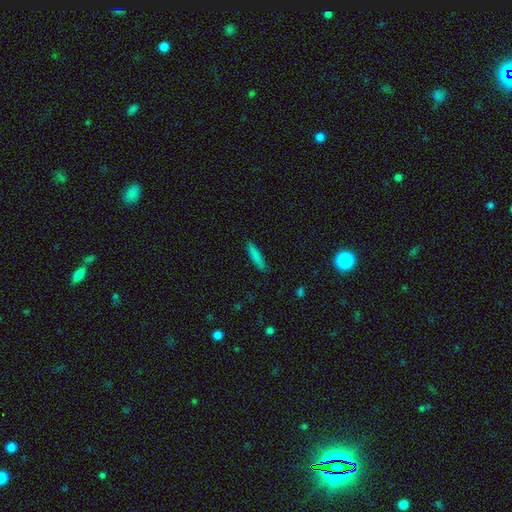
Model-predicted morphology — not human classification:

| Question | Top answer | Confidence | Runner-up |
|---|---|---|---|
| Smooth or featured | smooth | 82% | featured or disk (11%) |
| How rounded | cigar-shaped | 83% | in between (16%) |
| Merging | none | 86% | minor disturbance (10%) |